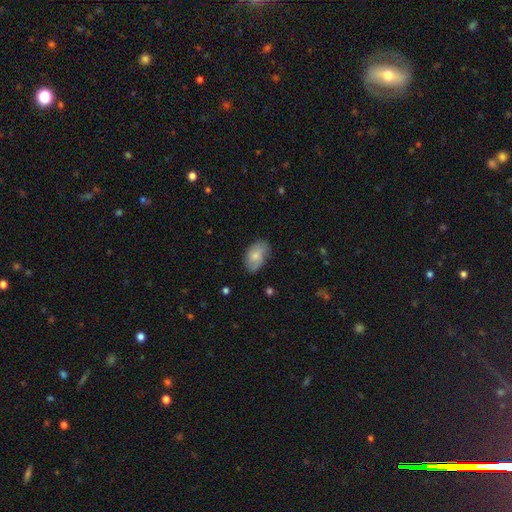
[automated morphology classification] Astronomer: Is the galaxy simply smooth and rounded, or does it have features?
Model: smooth — 69%.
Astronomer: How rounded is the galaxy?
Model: in between — 91%.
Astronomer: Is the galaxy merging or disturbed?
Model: none — 72%.